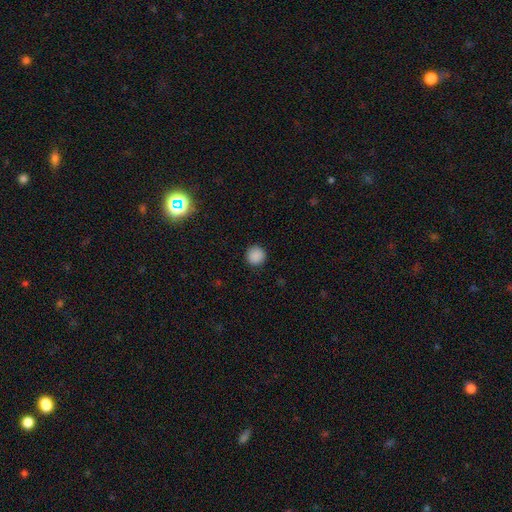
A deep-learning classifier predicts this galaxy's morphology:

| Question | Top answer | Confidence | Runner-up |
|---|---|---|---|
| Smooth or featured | smooth | 88% | star or artifact (9%) |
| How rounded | round | 96% | in between (3%) |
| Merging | none | 92% | minor disturbance (5%) |